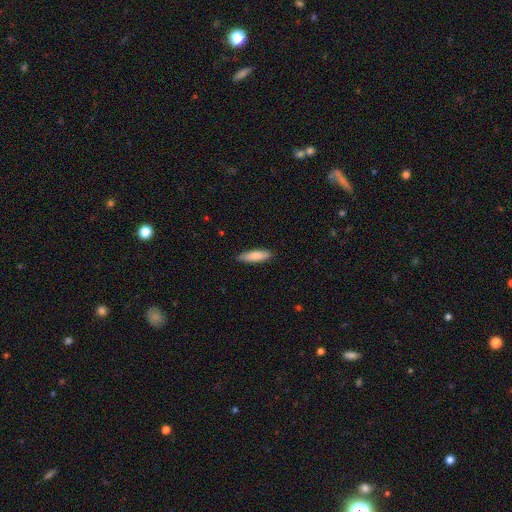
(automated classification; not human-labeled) The model was most divided on "how rounded": cigar-shaped: 63%, in between: 36%, round: 2%. More confident: merging — none (86%); smooth or featured — smooth (83%).